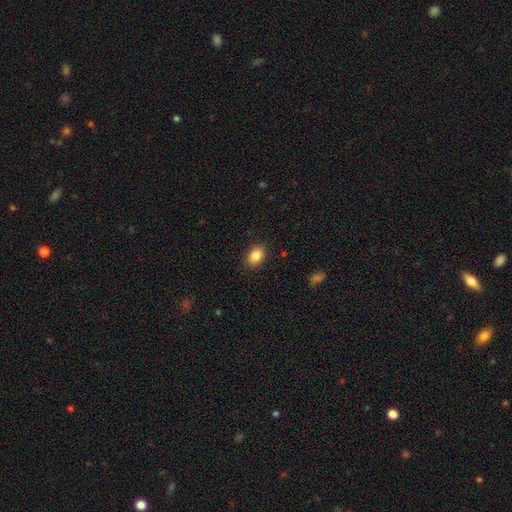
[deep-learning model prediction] Smooth or featured?
  - smooth: 87% *
  - star or artifact: 9%
  - featured or disk: 5%
How rounded?
  - in between: 72% *
  - round: 27%
  - cigar-shaped: 1%
Merging?
  - none: 88% *
  - minor disturbance: 8%
  - major disturbance: 2%
  - merger: 1%